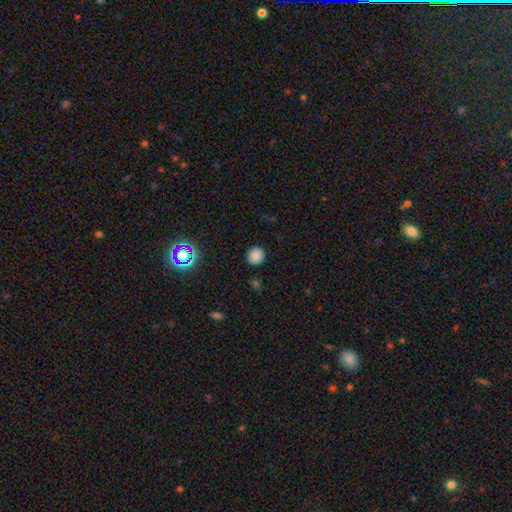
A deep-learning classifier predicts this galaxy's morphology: A smooth galaxy with no disk features (83%) that is round (82%).

Vote fractions:
- Smooth or featured? smooth: 83% / star or artifact: 13% / featured or disk: 4%
- How rounded? round: 82% / in between: 17% / cigar-shaped: 1%
- Merging? none: 89% / minor disturbance: 7% / major disturbance: 2% / merger: 1%